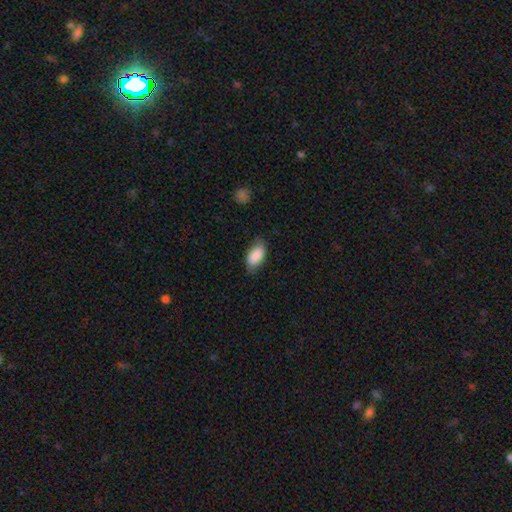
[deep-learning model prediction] Smooth or featured? Predicted: smooth (p=0.86). How rounded? Predicted: in between (p=0.93). Merging? Predicted: none (p=0.70).